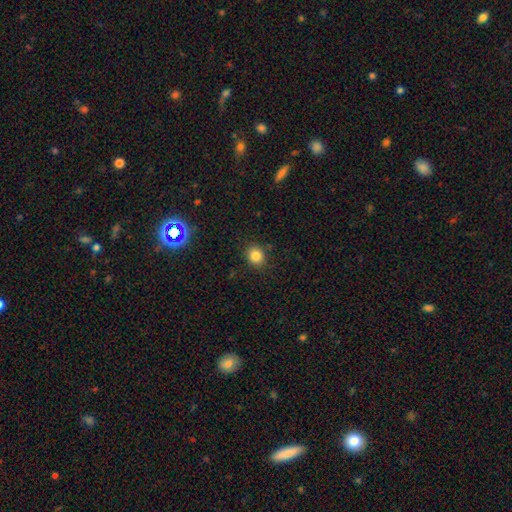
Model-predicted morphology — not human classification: A smooth galaxy with no disk features (83%) that is round (78%).

Vote fractions:
- Smooth or featured? smooth: 83% / star or artifact: 12% / featured or disk: 5%
- How rounded? round: 78% / in between: 21% / cigar-shaped: 1%
- Merging? none: 87% / minor disturbance: 9% / major disturbance: 3% / merger: 2%